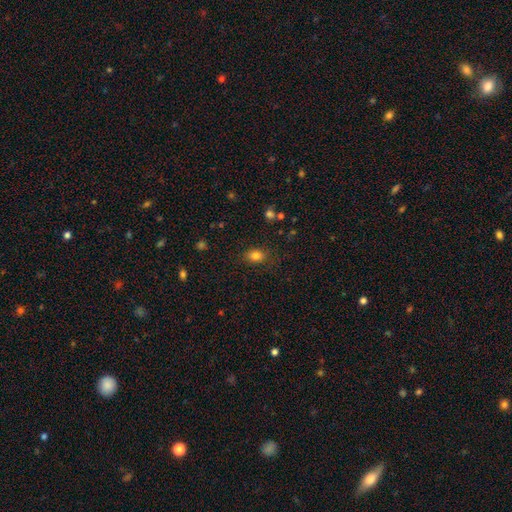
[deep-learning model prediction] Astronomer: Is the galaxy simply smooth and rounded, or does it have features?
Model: smooth — 81%.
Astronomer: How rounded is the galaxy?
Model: in between — 70%.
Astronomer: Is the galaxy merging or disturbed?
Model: none — 82%.